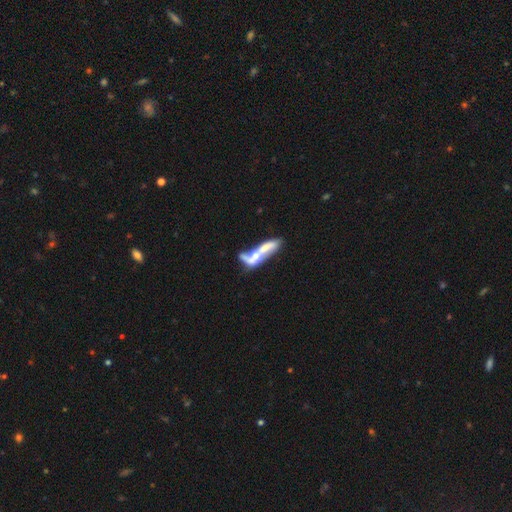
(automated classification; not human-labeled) Smooth or featured?
  - featured or disk: 60% *
  - smooth: 33%
  - star or artifact: 7%
Edge-on disk?
  - no: 74% *
  - yes: 26%
Merging?
  - merger: 52% *
  - none: 20%
  - major disturbance: 17%
  - minor disturbance: 11%